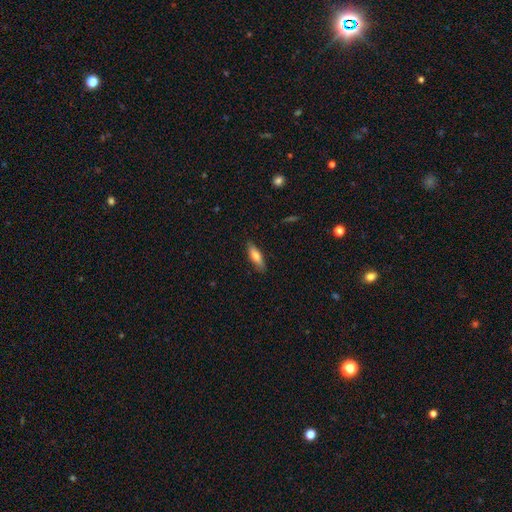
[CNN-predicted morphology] smooth 73%, featured or disk 20%, star or artifact 6%. Down the decision tree: how rounded — cigar-shaped (55%); merging — none (86%).